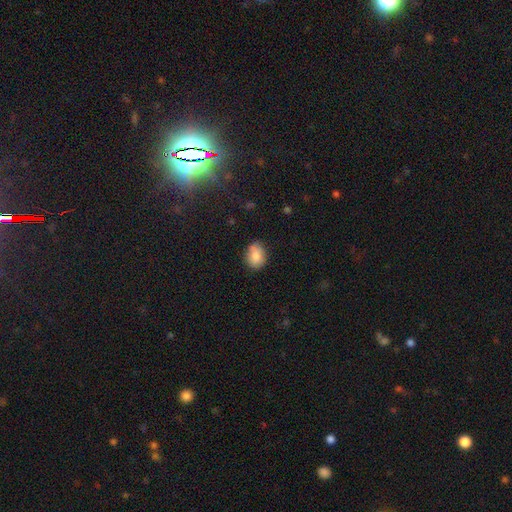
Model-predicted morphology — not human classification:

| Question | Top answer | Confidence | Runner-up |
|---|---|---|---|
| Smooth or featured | smooth | 84% | star or artifact (8%) |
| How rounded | in between | 59% | round (40%) |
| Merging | none | 76% | minor disturbance (19%) |